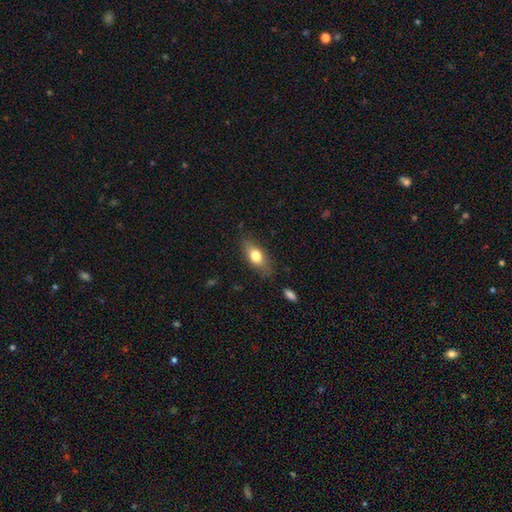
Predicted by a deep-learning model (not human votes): smooth 71%, featured or disk 22%, star or artifact 7%. Down the decision tree: how rounded — in between (76%); merging — none (78%).